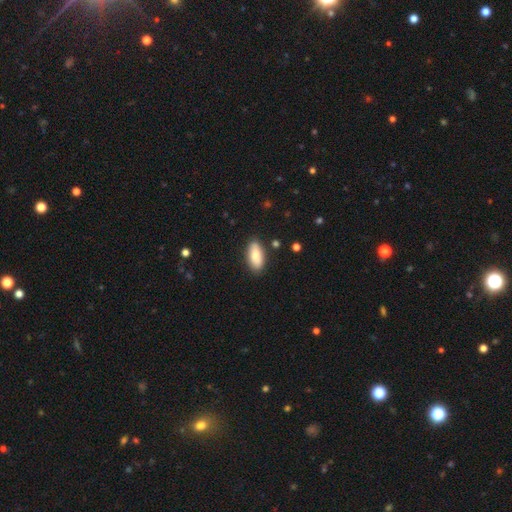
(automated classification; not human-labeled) A smooth galaxy with no disk features (82%) that is in between round and cigar-shaped (89%). Merging: none (85%).